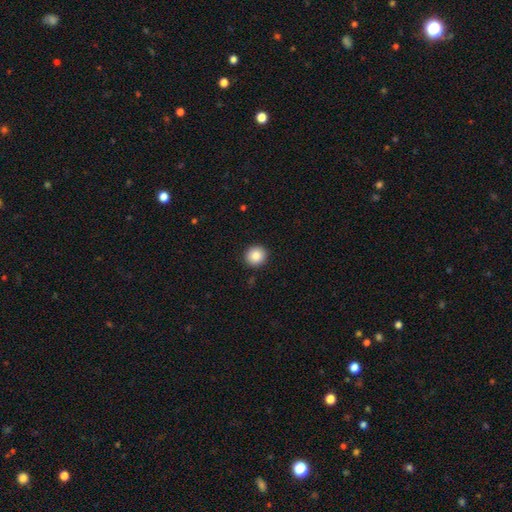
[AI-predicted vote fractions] Smooth or featured: smooth — 87% (star or artifact — 9%)
How rounded: round — 90% (in between — 9%)
Merging: none — 92% (minor disturbance — 5%)